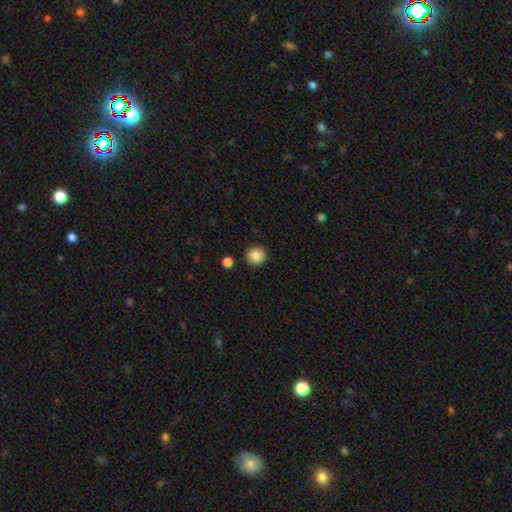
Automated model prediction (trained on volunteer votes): smooth 87%, star or artifact 9%, featured or disk 5%. Down the decision tree: how rounded — round (94%); merging — none (91%).